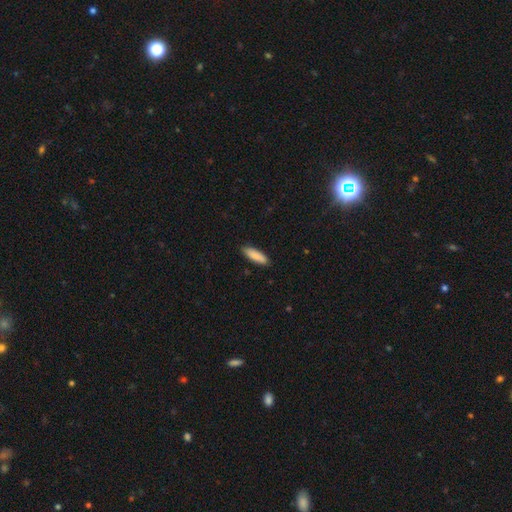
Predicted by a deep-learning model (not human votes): smooth-or-featured: smooth: 88% | featured or disk: 6% | star or artifact: 6%
  how-rounded: cigar-shaped: 56% | in between: 42% | round: 1%
  merging: none: 88% | minor disturbance: 9% | major disturbance: 2% | merger: 1%